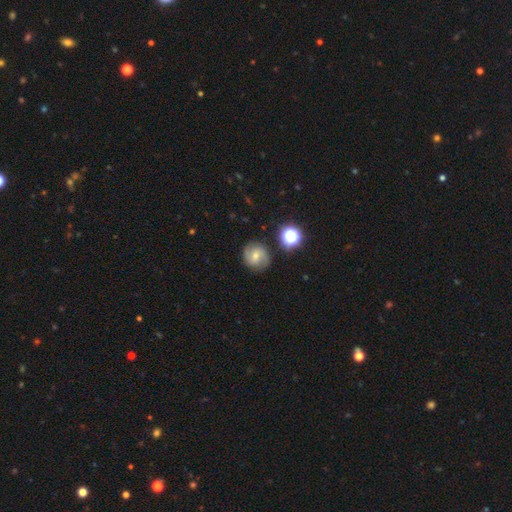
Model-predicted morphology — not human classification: featured or disk 53%, smooth 35%, star or artifact 12%. Down the decision tree: edge-on disk — no (97%); bar — no (52%); spiral arms — yes (88%); bulge size — small (53%); merging — none (80%).